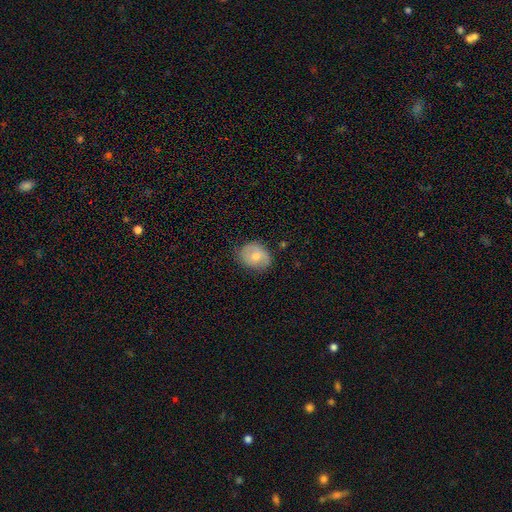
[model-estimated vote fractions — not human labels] smooth 65%, featured or disk 28%, star or artifact 7%. Down the decision tree: how rounded — in between (52%); merging — none (70%).